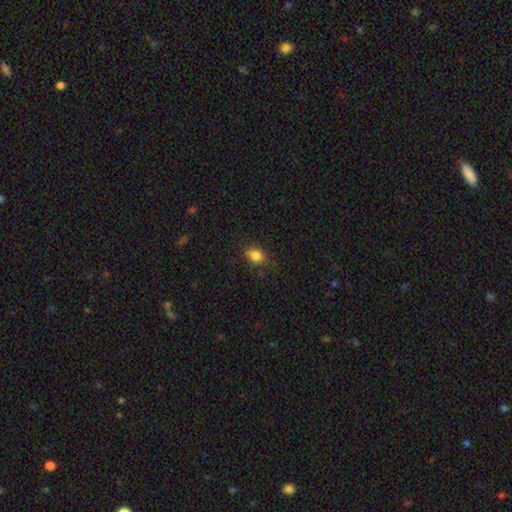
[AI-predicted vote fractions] Morphology: type=smooth (82%); roundness=in between (60%); merging=none (74%).